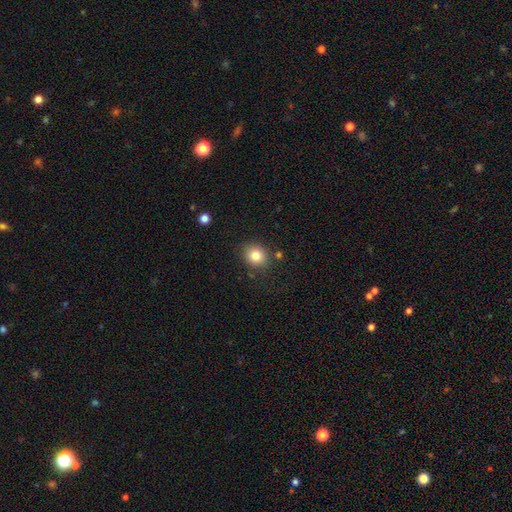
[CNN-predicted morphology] Overall: smooth (82%). How rounded: round (74%). Merging: none (82%).